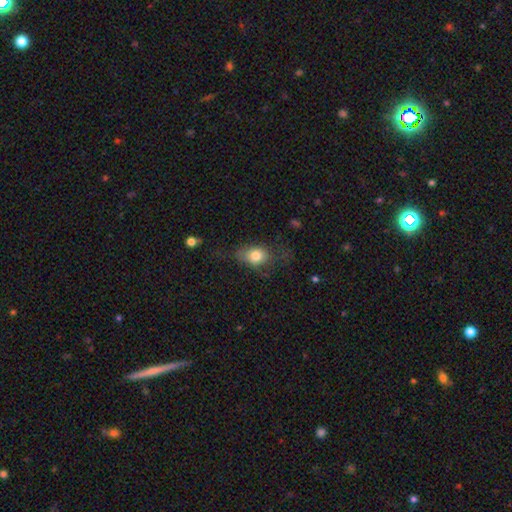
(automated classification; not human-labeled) A smooth galaxy with no disk features (77%) that is in between round and cigar-shaped (68%). Merging: none (47%).